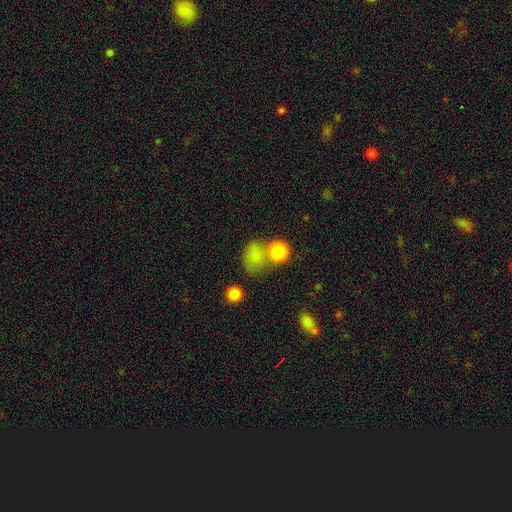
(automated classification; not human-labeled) Q: Smooth or featured?
A: smooth (77%); runner-up: star or artifact (15%)
Q: How rounded?
A: round (59%); runner-up: in between (39%)
Q: Merging?
A: none (48%); runner-up: merger (26%)